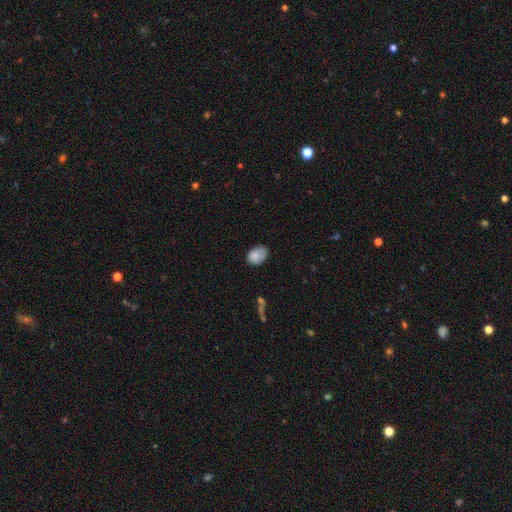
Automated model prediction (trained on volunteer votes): Q: Smooth or featured?
A: smooth (84%); runner-up: star or artifact (8%)
Q: How rounded?
A: in between (74%); runner-up: round (24%)
Q: Merging?
A: none (61%); runner-up: minor disturbance (29%)